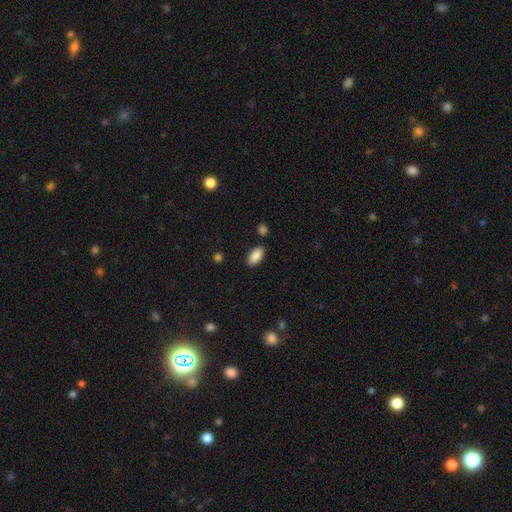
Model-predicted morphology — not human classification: A smooth galaxy with no disk features (88%) that is in between round and cigar-shaped (93%). Merging: none (85%).